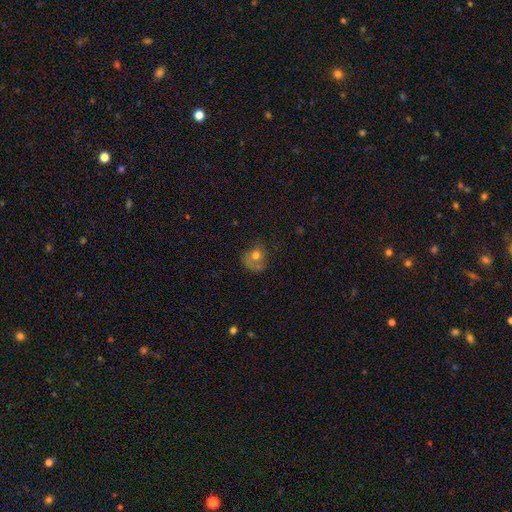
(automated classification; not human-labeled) smooth-or-featured: smooth: 65% | featured or disk: 24% | star or artifact: 11%
  how-rounded: round: 73% | in between: 26% | cigar-shaped: 1%
  merging: none: 37% | major disturbance: 24% | minor disturbance: 22% | merger: 16%